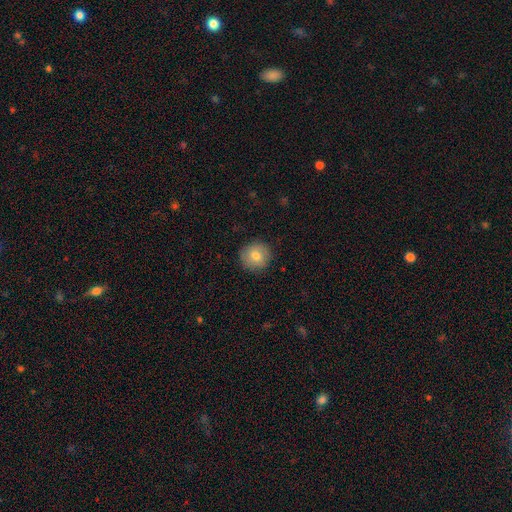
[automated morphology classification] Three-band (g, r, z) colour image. It shows a smooth galaxy with no disk features (79%) that is round (92%). Merging: none (89%).